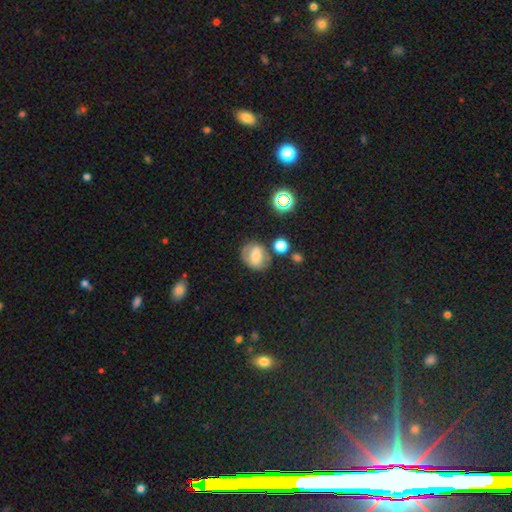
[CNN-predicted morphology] The model was most divided on "how rounded": round: 50%, in between: 48%, cigar-shaped: 2%. More confident: merging — none (69%); smooth or featured — smooth (59%).